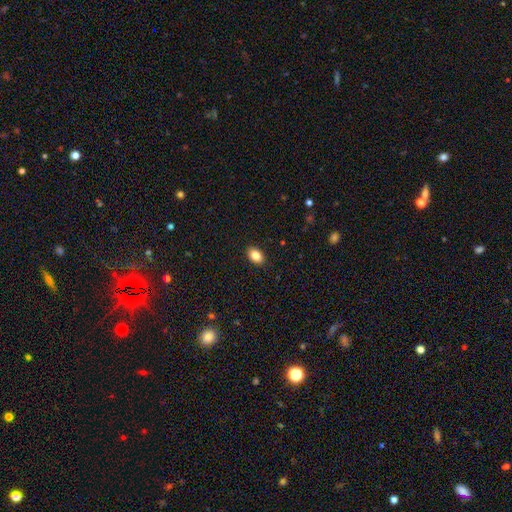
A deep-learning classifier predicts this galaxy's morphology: Smooth or featured? smooth (84%)
How rounded? in between (85%)
Merging? none (90%)